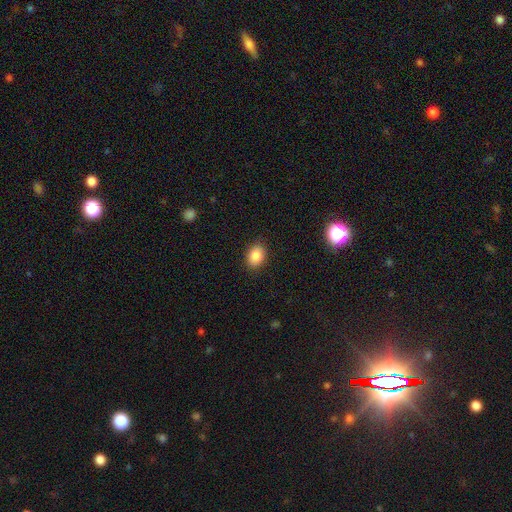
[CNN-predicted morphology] A smooth galaxy with no disk features (87%) that is in between round and cigar-shaped (71%). Merging: none (88%).